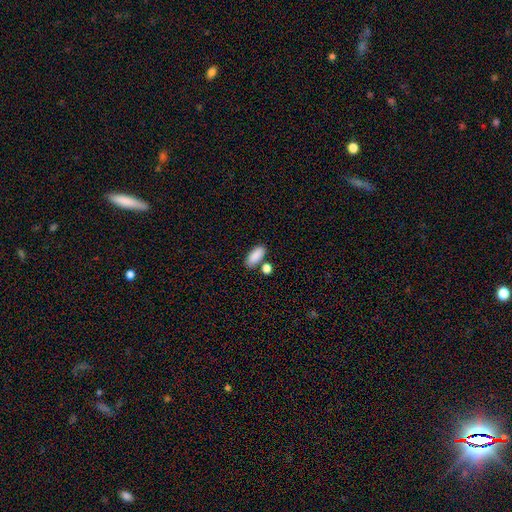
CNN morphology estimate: Smooth or featured: smooth — 88% (star or artifact — 7%)
How rounded: in between — 87% (cigar-shaped — 9%)
Merging: none — 71% (merger — 14%)